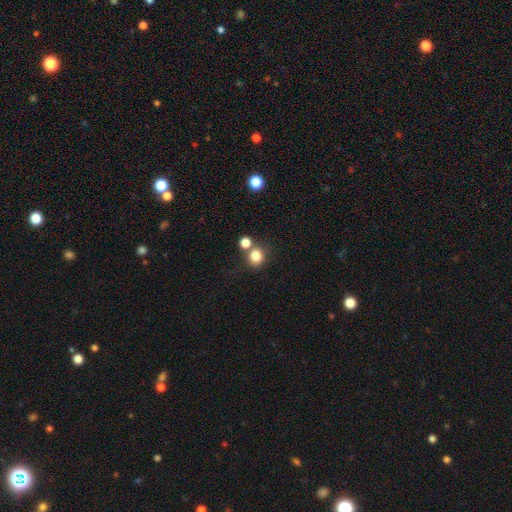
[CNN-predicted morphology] This is clearly a smooth galaxy (81%). How rounded: likely round (78%). Merging: likely none (62%).